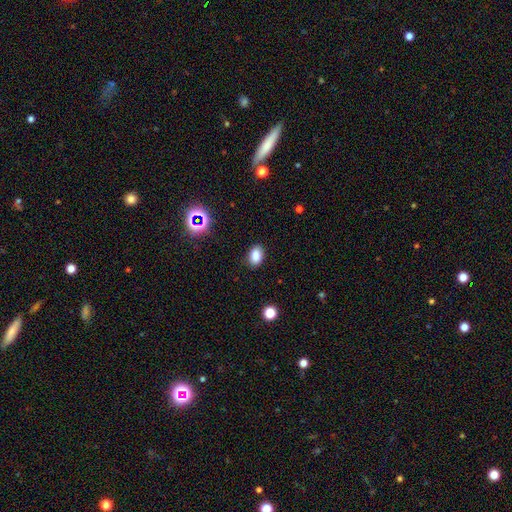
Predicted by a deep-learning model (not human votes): The model was most divided on "how rounded": in between: 82%, round: 17%, cigar-shaped: 1%. More confident: merging — none (87%); smooth or featured — smooth (83%).